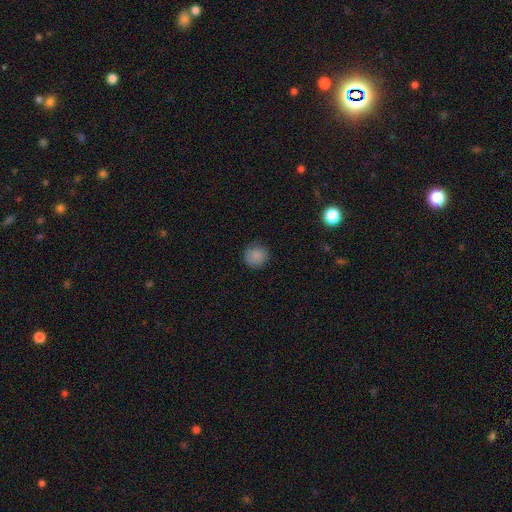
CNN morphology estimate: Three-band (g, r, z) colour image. It shows a smooth galaxy with no disk features (85%) that is round (92%). Merging: none (85%).